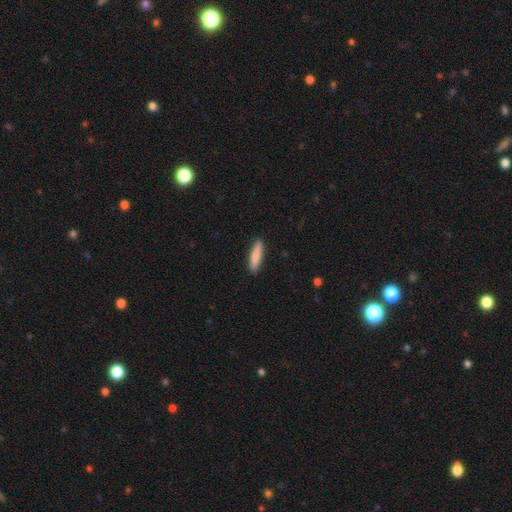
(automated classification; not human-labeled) Smooth or featured: smooth — 85% (featured or disk — 9%)
How rounded: cigar-shaped — 83% (in between — 16%)
Merging: none — 90% (minor disturbance — 7%)